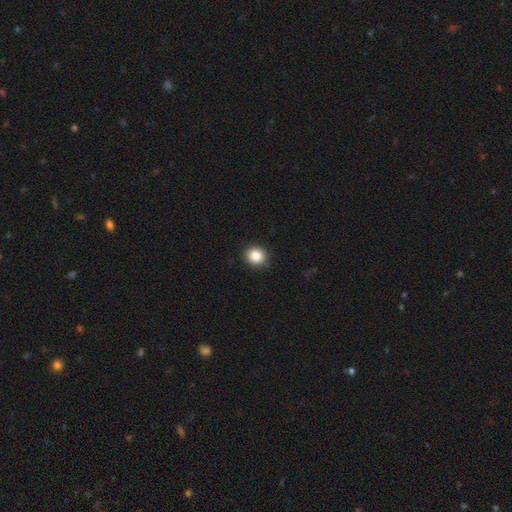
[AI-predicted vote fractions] Morphology: type=smooth (86%); roundness=round (85%); merging=none (88%).